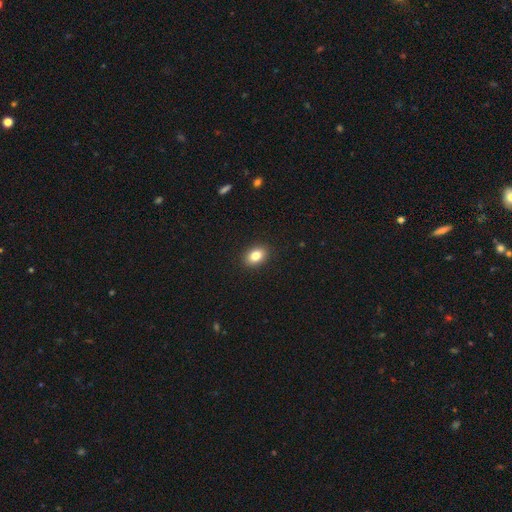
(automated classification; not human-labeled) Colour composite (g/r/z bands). It shows a smooth galaxy with no disk features (83%) that is in between round and cigar-shaped (78%). Merging: none (90%).